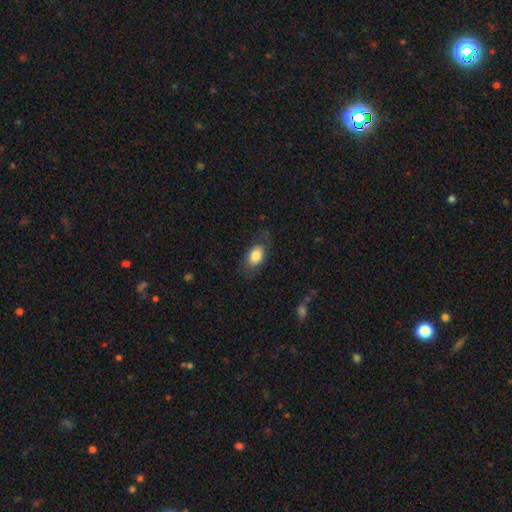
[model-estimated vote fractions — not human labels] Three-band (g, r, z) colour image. It shows a smooth galaxy with no disk features (80%) that is in between round and cigar-shaped (85%). Merging: none (71%).